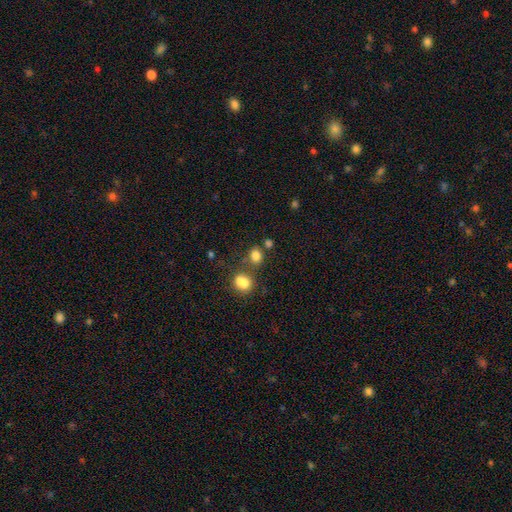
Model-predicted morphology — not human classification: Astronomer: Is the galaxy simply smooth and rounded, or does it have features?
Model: smooth — 80%.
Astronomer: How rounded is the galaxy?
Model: round — 56% (runner-up: in between, 43%).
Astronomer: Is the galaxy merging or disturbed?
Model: none — 61%.